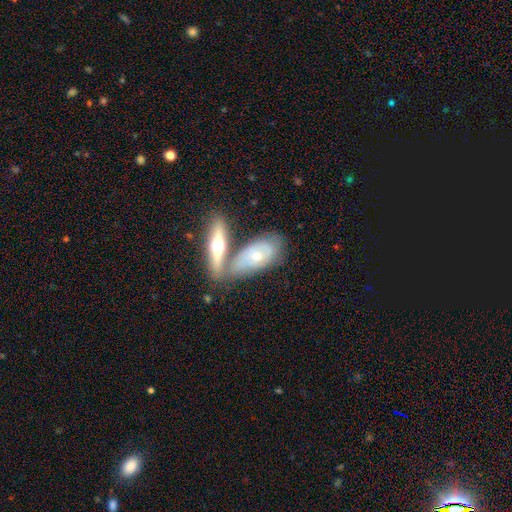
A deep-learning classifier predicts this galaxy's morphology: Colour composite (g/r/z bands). It shows a featured or disk galaxy (56%). Merging: none (49%).